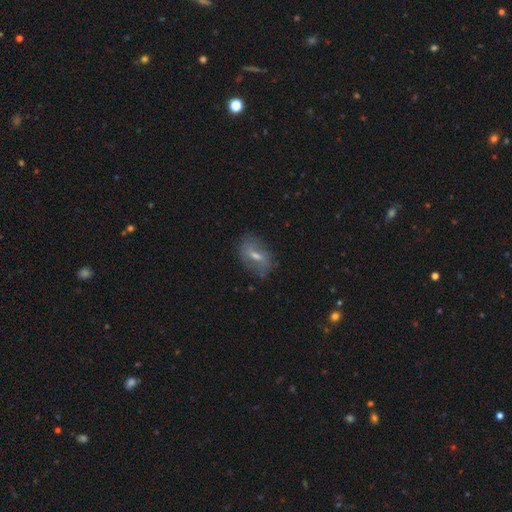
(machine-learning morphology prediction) This is possibly a featured or disk galaxy (46%). Merging: likely none (74%).